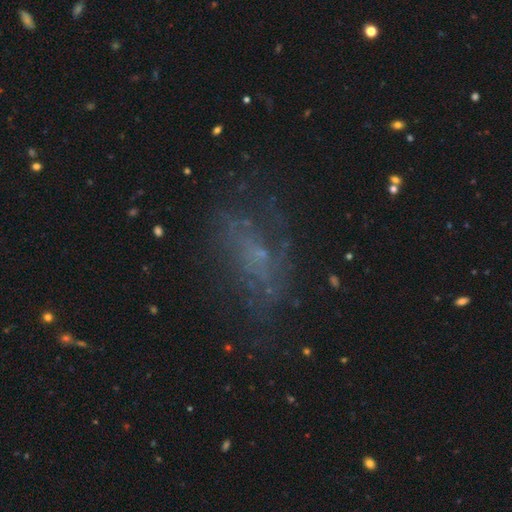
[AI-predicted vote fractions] A featured or disk galaxy (45%).

Vote fractions:
- Smooth or featured? featured or disk: 45% / smooth: 32% / star or artifact: 23%
- Merging? none: 54% / major disturbance: 23% / minor disturbance: 20% / merger: 3%